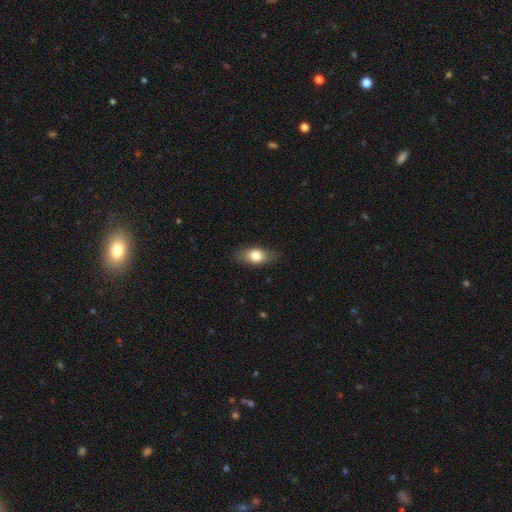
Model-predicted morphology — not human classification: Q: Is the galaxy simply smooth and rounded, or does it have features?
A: smooth — 77%.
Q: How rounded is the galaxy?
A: in between — 82%.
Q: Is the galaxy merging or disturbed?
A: none — 80%.